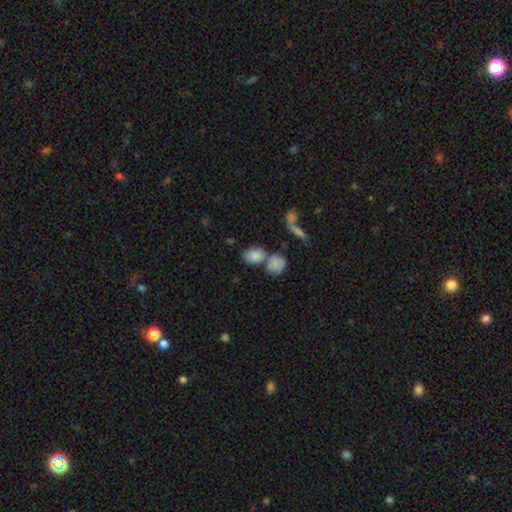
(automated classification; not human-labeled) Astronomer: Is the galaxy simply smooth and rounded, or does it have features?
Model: smooth — 78%.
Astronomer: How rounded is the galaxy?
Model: in between — 69%.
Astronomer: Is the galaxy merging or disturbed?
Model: none — 47% (runner-up: merger, 35%).